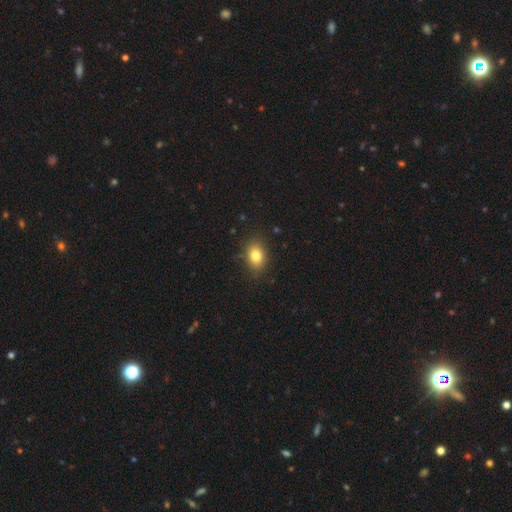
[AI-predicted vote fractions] This is clearly a smooth galaxy (82%). How rounded: likely in between (72%). Merging: clearly none (84%).